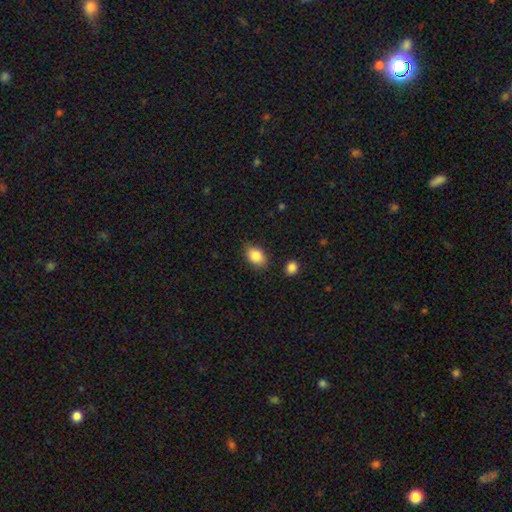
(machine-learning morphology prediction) This appears to be a smooth galaxy with no disk features (86%) that is in between round and cigar-shaped (81%). Merging: none (82%).